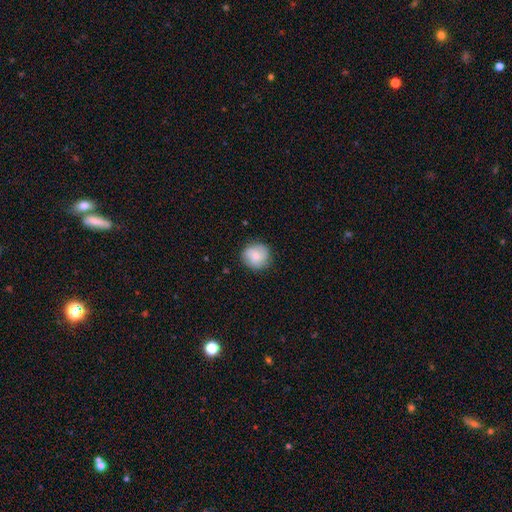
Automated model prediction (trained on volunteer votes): Smooth or featured? Predicted: smooth (p=0.66). How rounded? Predicted: round (p=0.90). Merging? Predicted: none (p=0.83).